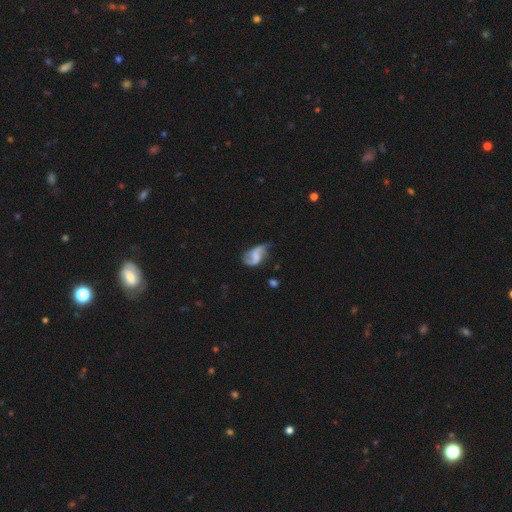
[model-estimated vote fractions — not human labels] Smooth or featured? Predicted: featured or disk (p=0.68). Edge-on disk? Predicted: no (p=0.97). Bar? Predicted: weak (p=0.42). Spiral arms? Predicted: yes (p=0.88). Spiral winding? Predicted: loose (p=0.70). Spiral arm count? Predicted: 2 (p=0.84). Bulge size? Predicted: none (p=0.61). Merging? Predicted: none (p=0.49).